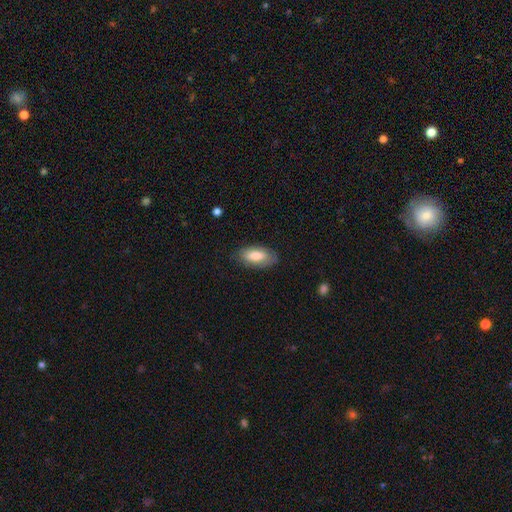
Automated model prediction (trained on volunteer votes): The model was most divided on "smooth or featured": smooth: 76%, featured or disk: 18%, star or artifact: 6%. More confident: how rounded — in between (88%); merging — none (82%).